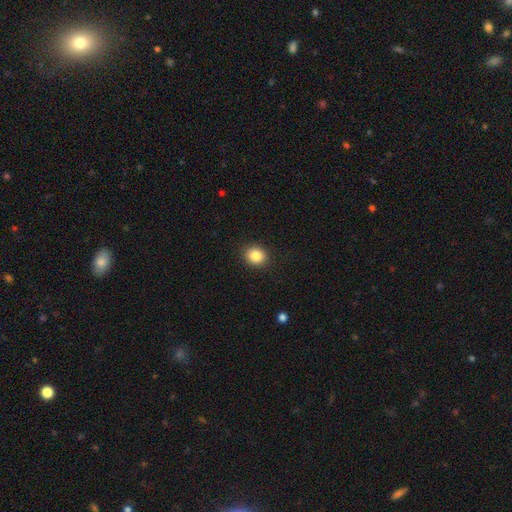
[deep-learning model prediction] smooth-or-featured: smooth: 85% | star or artifact: 10% | featured or disk: 5%
  how-rounded: round: 71% | in between: 28% | cigar-shaped: 1%
  merging: none: 91% | minor disturbance: 6% | major disturbance: 2% | merger: 1%